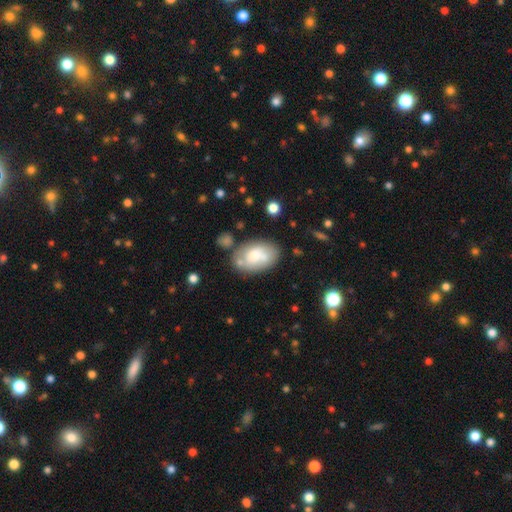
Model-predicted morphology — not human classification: Smooth or featured?
  - smooth: 65% *
  - featured or disk: 27%
  - star or artifact: 7%
How rounded?
  - in between: 89% *
  - round: 10%
  - cigar-shaped: 1%
Merging?
  - none: 54% *
  - minor disturbance: 22%
  - merger: 16%
  - major disturbance: 8%